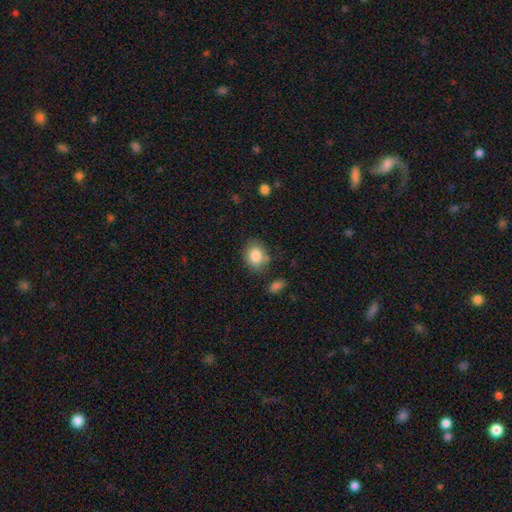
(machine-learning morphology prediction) A smooth galaxy with no disk features (85%) that is round (52%). Merging: none (73%).